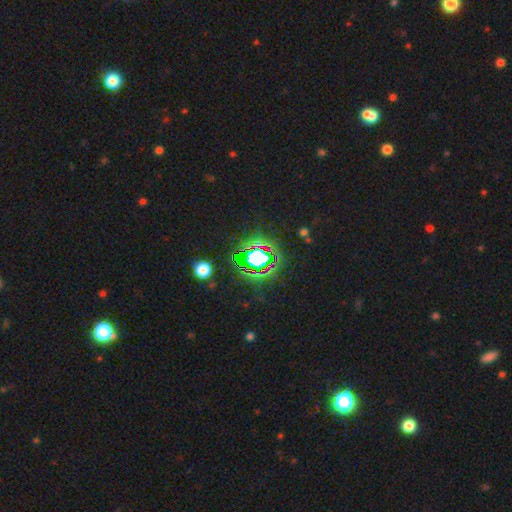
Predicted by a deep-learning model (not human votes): smooth_or_featured: star or artifact (p=0.81) [alt: smooth p=0.11]